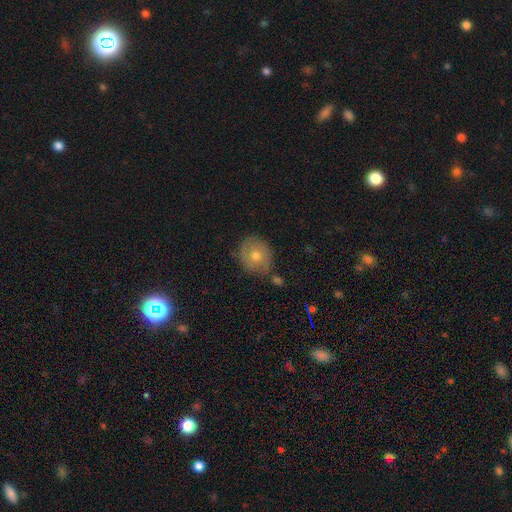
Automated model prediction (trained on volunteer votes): This appears to be a smooth galaxy with no disk features (48%). Merging: none (75%).